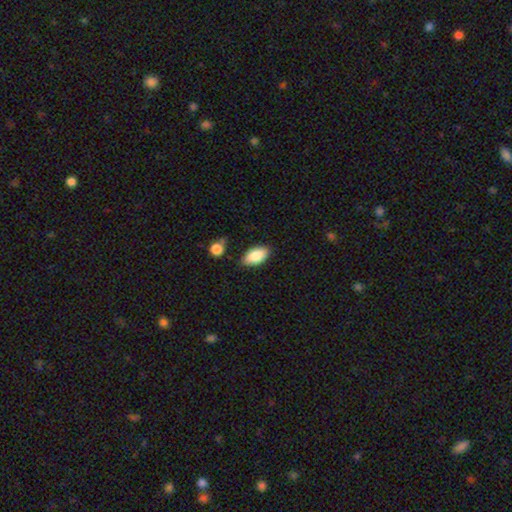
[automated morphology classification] This is clearly a smooth galaxy (86%). How rounded: clearly in between (94%). Merging: likely none (79%).